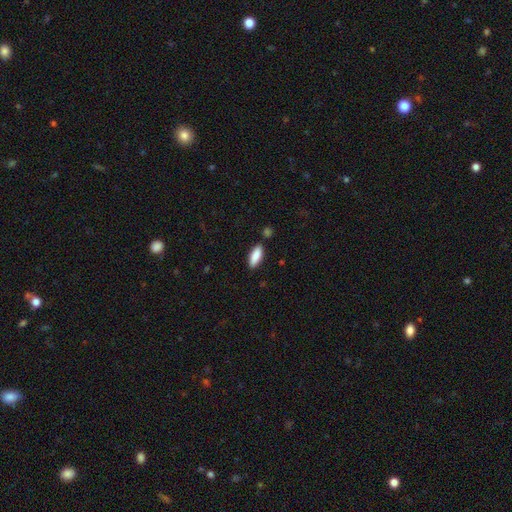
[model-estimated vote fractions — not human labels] smooth_or_featured: smooth (p=0.87) [alt: featured or disk p=0.07]
how_rounded: in between (p=0.65) [alt: cigar-shaped p=0.33]
merging: none (p=0.83) [alt: minor disturbance p=0.11]